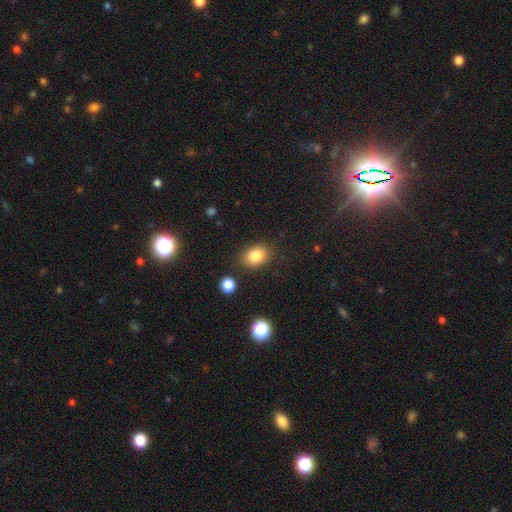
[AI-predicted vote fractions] Smooth or featured?
  - smooth: 84% *
  - star or artifact: 9%
  - featured or disk: 7%
How rounded?
  - in between: 72% *
  - round: 27%
  - cigar-shaped: 1%
Merging?
  - none: 82% *
  - minor disturbance: 12%
  - major disturbance: 3%
  - merger: 3%